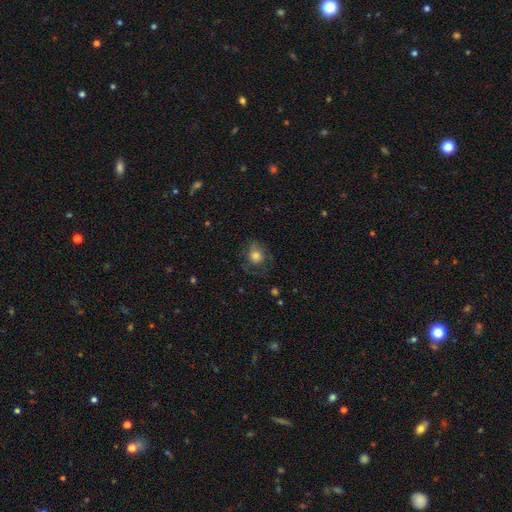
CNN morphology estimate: Smooth or featured?
  - smooth: 70% *
  - featured or disk: 19%
  - star or artifact: 10%
How rounded?
  - round: 71% *
  - in between: 28%
  - cigar-shaped: 1%
Merging?
  - none: 55% *
  - minor disturbance: 23%
  - major disturbance: 20%
  - merger: 2%